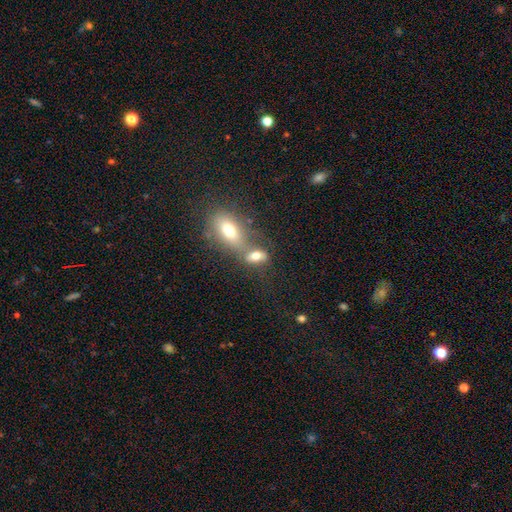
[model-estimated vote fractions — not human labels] A smooth galaxy with no disk features (72%) that is in between round and cigar-shaped (84%). Merging: merger (48%).